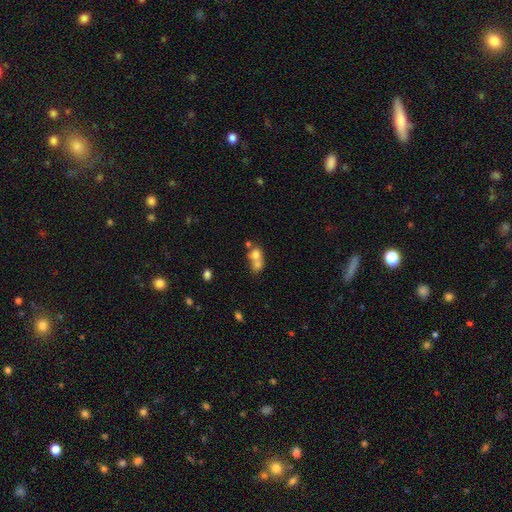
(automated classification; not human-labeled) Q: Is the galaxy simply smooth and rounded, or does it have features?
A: smooth — 67%.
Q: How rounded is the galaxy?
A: round — 61%.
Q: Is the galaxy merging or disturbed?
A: merger — 67%.